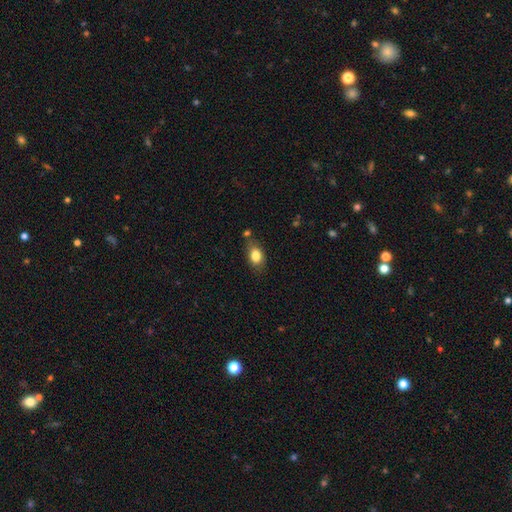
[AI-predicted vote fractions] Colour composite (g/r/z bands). It shows a smooth galaxy with no disk features (83%) that is in between round and cigar-shaped (80%). Merging: none (71%).